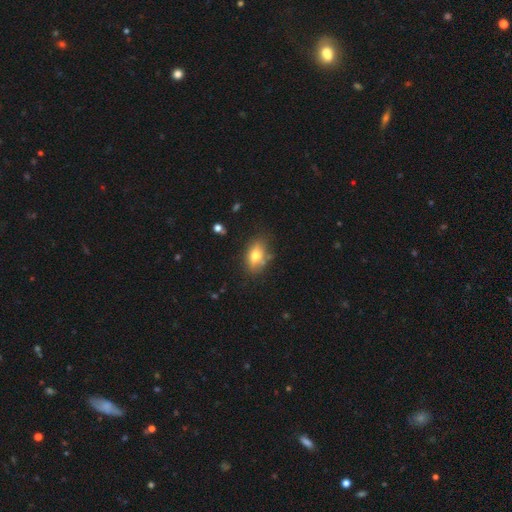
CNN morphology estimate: Smooth or featured?
  - smooth: 70% *
  - featured or disk: 21%
  - star or artifact: 9%
How rounded?
  - in between: 85% *
  - round: 11%
  - cigar-shaped: 4%
Merging?
  - none: 70% *
  - minor disturbance: 20%
  - merger: 5%
  - major disturbance: 5%